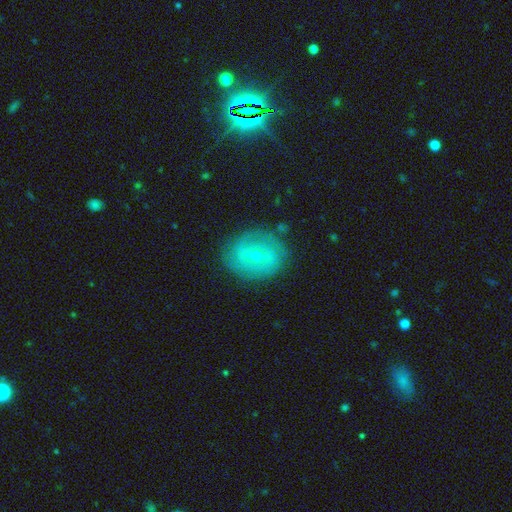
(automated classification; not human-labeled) Morphology: type=featured or disk (63%); edge-on=no (93%); bar=weak (49%); spiral arms=yes (56%); bulge=small (62%); merging=none (80%).